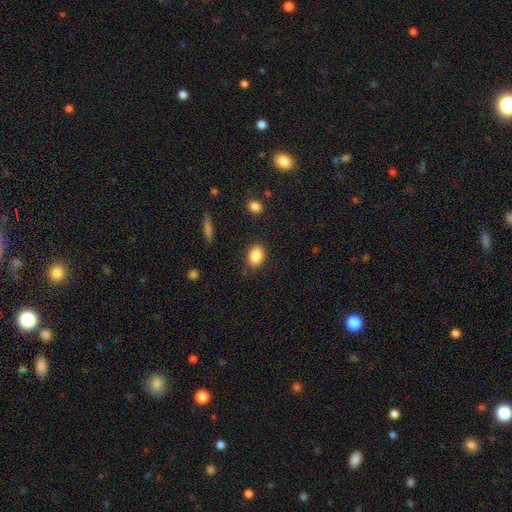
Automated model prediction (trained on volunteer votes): Smooth or featured?
  - smooth: 86% *
  - star or artifact: 8%
  - featured or disk: 5%
How rounded?
  - in between: 73% *
  - round: 25%
  - cigar-shaped: 1%
Merging?
  - none: 84% *
  - minor disturbance: 12%
  - major disturbance: 3%
  - merger: 2%